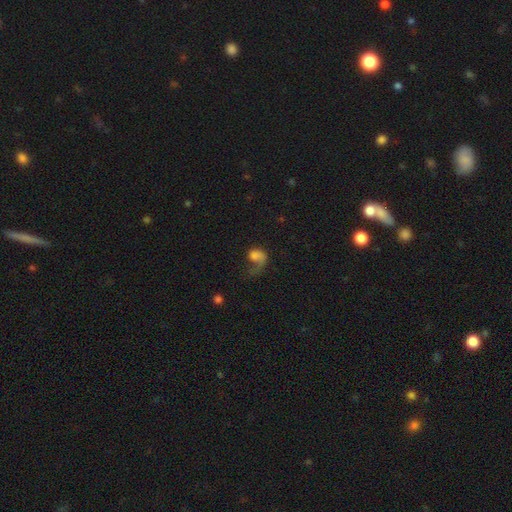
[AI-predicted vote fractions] smooth 48%, featured or disk 41%, star or artifact 10%. Down the decision tree: merging — major disturbance (54%).